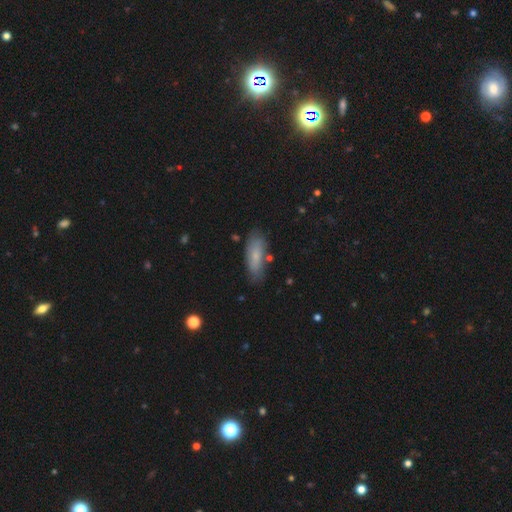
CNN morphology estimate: This is likely a smooth galaxy (74%). How rounded: likely in between (67%). Merging: likely none (76%).